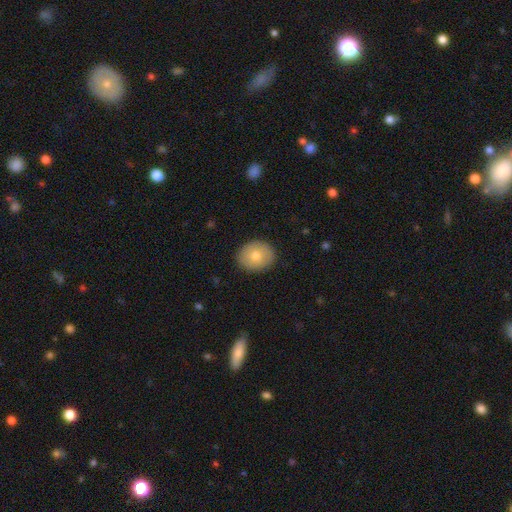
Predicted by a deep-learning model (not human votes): Morphology: type=smooth (75%); roundness=round (61%); merging=none (88%).